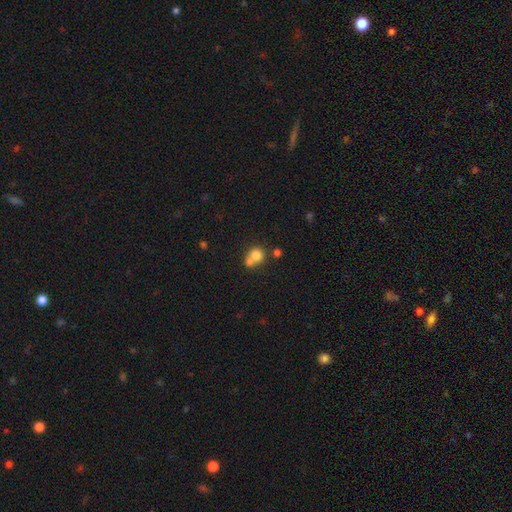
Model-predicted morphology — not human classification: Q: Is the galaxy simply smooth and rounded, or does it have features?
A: smooth — 76%.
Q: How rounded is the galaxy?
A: round — 83%.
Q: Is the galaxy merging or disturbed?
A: merger — 50%.